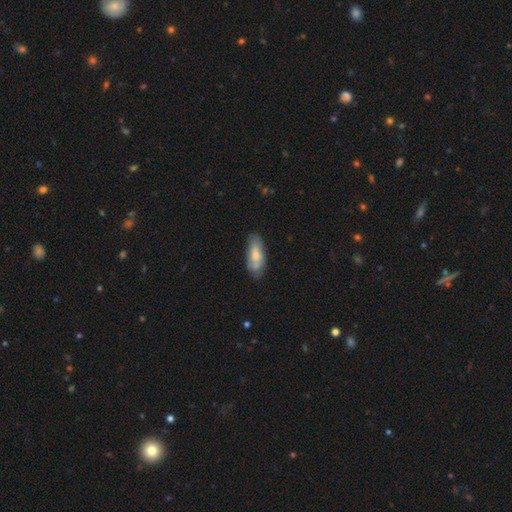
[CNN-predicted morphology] Q: Smooth or featured?
A: smooth (66%); runner-up: featured or disk (27%)
Q: How rounded?
A: in between (78%); runner-up: cigar-shaped (20%)
Q: Merging?
A: none (63%); runner-up: minor disturbance (26%)